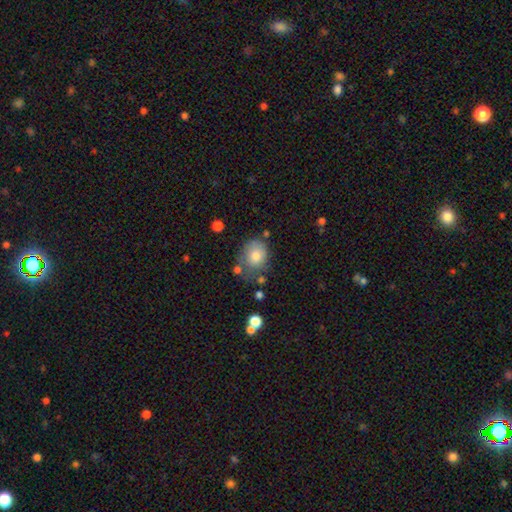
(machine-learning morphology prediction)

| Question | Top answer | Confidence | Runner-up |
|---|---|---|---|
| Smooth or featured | smooth | 78% | featured or disk (13%) |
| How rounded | round | 59% | in between (40%) |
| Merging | none | 55% | minor disturbance (26%) |